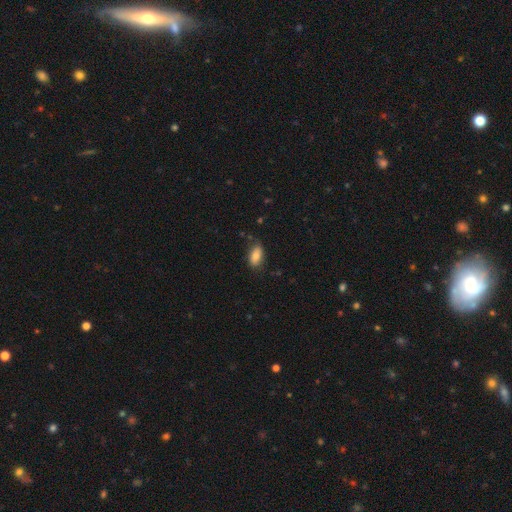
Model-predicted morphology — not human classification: A smooth galaxy with no disk features (81%) that is in between round and cigar-shaped (91%).

Vote fractions:
- Smooth or featured? smooth: 81% / featured or disk: 12% / star or artifact: 8%
- How rounded? in between: 91% / cigar-shaped: 5% / round: 4%
- Merging? none: 77% / minor disturbance: 18% / major disturbance: 4% / merger: 2%